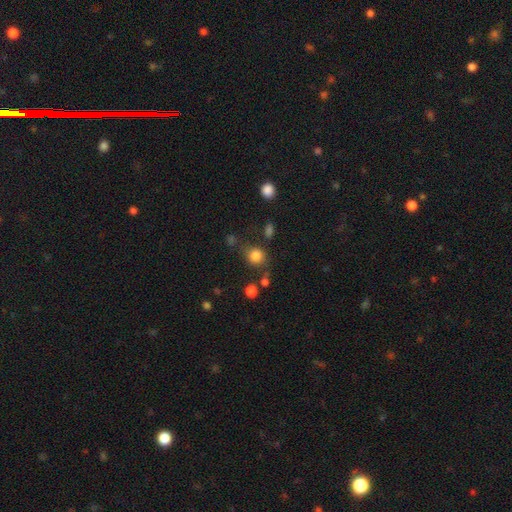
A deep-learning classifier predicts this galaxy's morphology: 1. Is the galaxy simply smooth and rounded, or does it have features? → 82% smooth, 12% star or artifact, 6% featured or disk.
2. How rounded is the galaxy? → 81% round, 18% in between, 1% cigar-shaped.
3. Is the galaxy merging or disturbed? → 71% none, 15% minor disturbance, 7% merger, 7% major disturbance.